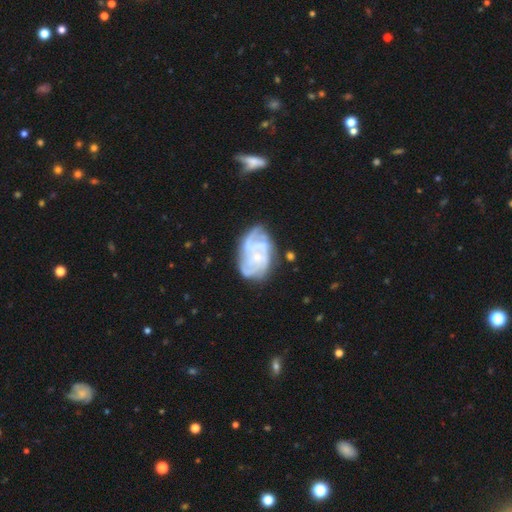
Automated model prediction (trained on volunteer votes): Overall: featured or disk (81%). Edge-on disk: no (98%). Bar: no (66%; weak 28%). Spiral arms: yes (89%). Spiral arm count: can't tell (31%; 3 23%). Spiral winding: tight (49%; medium 38%). Bulge size: small (69%). Merging: none (58%; minor disturbance 24%).